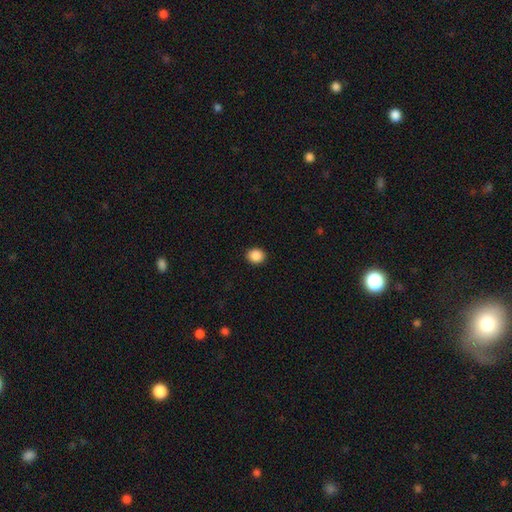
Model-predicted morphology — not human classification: A smooth galaxy with no disk features (88%) that is round (72%).

Vote fractions:
- Smooth or featured? smooth: 88% / star or artifact: 9% / featured or disk: 3%
- How rounded? round: 72% / in between: 27% / cigar-shaped: 1%
- Merging? none: 91% / minor disturbance: 6% / major disturbance: 2% / merger: 1%